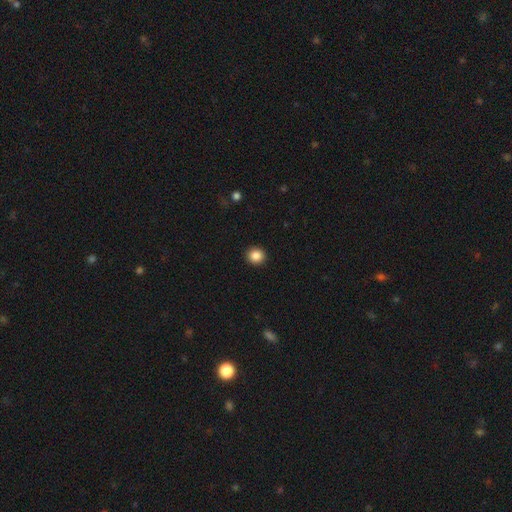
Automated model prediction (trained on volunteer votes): smooth_or_featured: smooth (p=0.87) [alt: star or artifact p=0.10]
how_rounded: round (p=0.89) [alt: in between p=0.10]
merging: none (p=0.93) [alt: minor disturbance p=0.05]